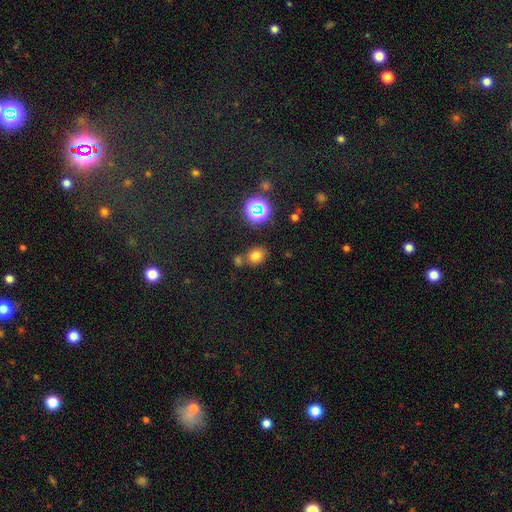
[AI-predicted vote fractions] This is likely a smooth galaxy (72%). How rounded: possibly round (54%). Merging: likely none (68%).